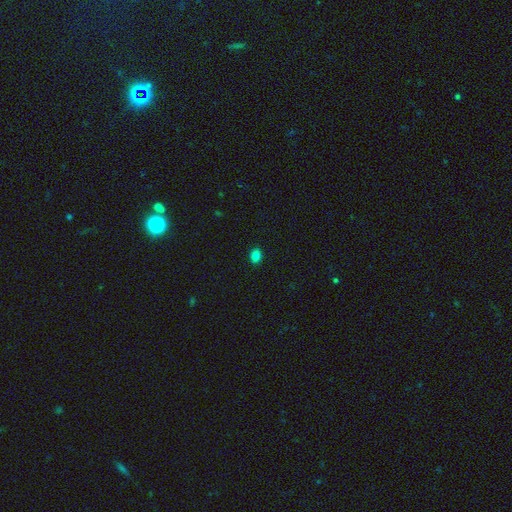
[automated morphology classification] Smooth or featured?
  - smooth: 84% *
  - star or artifact: 12%
  - featured or disk: 4%
How rounded?
  - in between: 71% *
  - round: 28%
  - cigar-shaped: 1%
Merging?
  - none: 90% *
  - minor disturbance: 7%
  - major disturbance: 2%
  - merger: 1%